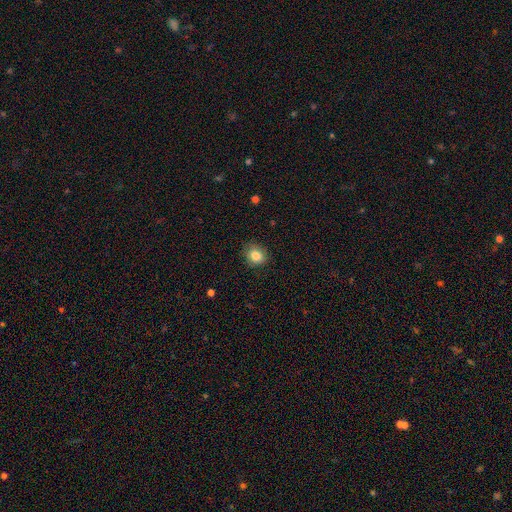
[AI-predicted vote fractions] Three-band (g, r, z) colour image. It shows a smooth galaxy with no disk features (84%) that is round (66%). Merging: none (84%).